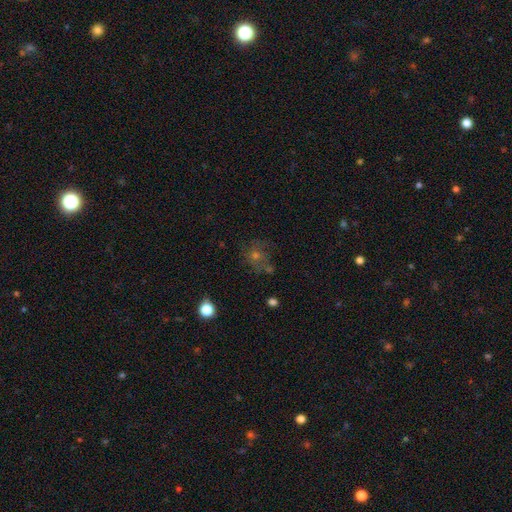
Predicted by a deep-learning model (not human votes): Smooth or featured? Predicted: smooth (p=0.41). Merging? Predicted: none (p=0.59).